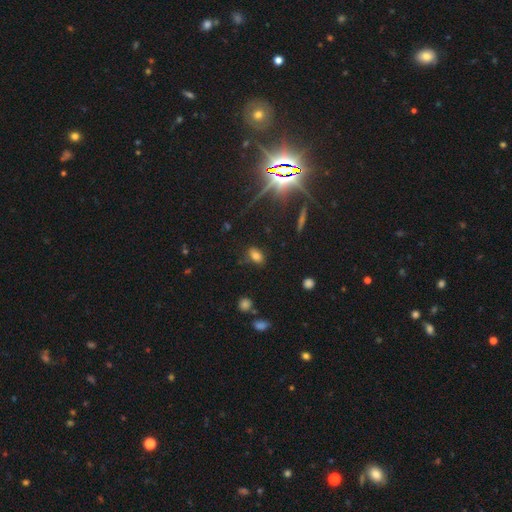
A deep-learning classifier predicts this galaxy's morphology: smooth-or-featured: smooth: 77% | star or artifact: 15% | featured or disk: 9%
  how-rounded: in between: 88% | round: 9% | cigar-shaped: 3%
  merging: none: 75% | minor disturbance: 17% | major disturbance: 5% | merger: 3%